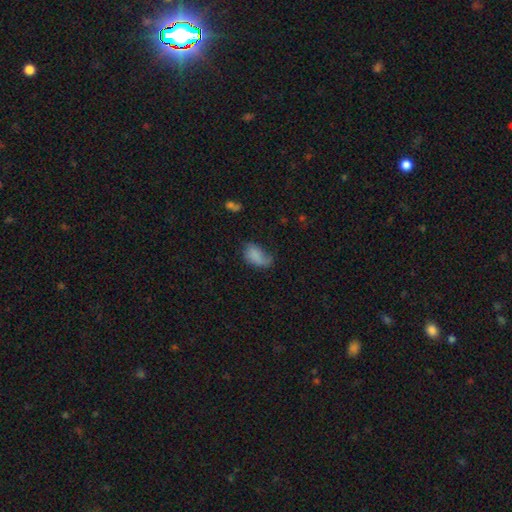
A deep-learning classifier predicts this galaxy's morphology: A smooth galaxy with no disk features (72%) that is in between round and cigar-shaped (91%). Merging: none (37%).